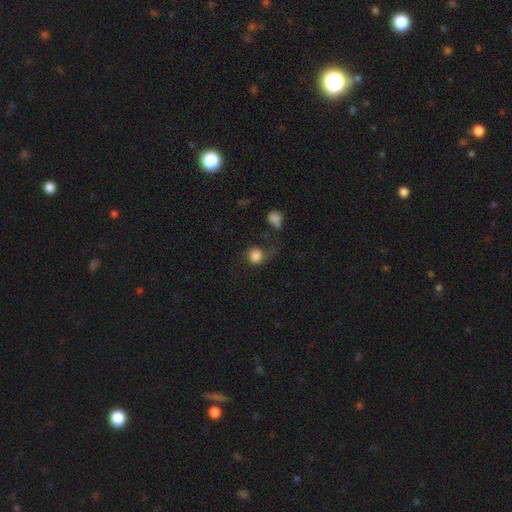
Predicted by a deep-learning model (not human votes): Q: Smooth or featured?
A: smooth (80%); runner-up: featured or disk (10%)
Q: How rounded?
A: round (85%); runner-up: in between (14%)
Q: Merging?
A: none (42%); runner-up: major disturbance (29%)